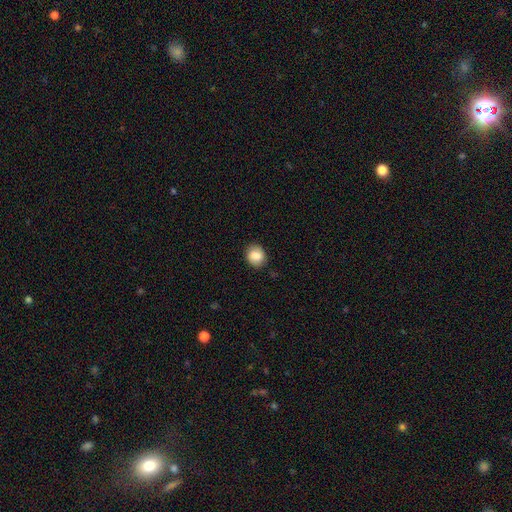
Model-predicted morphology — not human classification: This is clearly a smooth galaxy (82%). How rounded: likely round (65%). Merging: clearly none (82%).